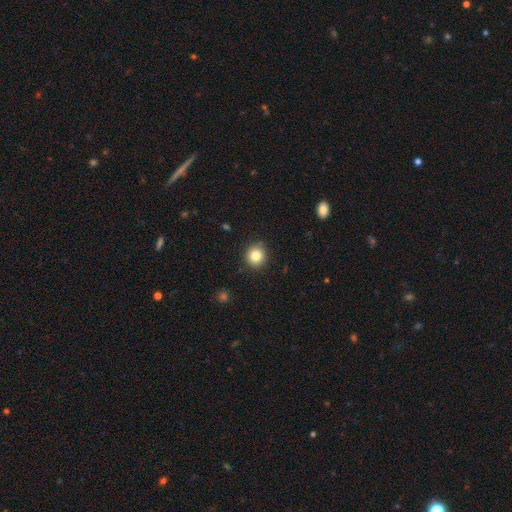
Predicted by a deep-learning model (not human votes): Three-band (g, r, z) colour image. It shows a smooth galaxy with no disk features (83%) that is round (90%). Merging: none (90%).